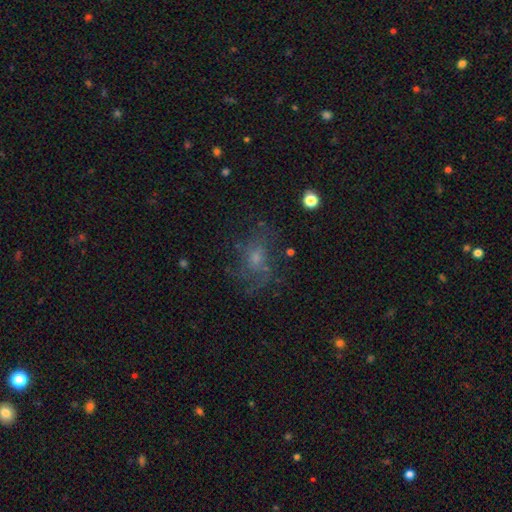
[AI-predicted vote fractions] Smooth or featured: featured or disk — 48% (smooth — 31%)
Merging: none — 59% (major disturbance — 20%)